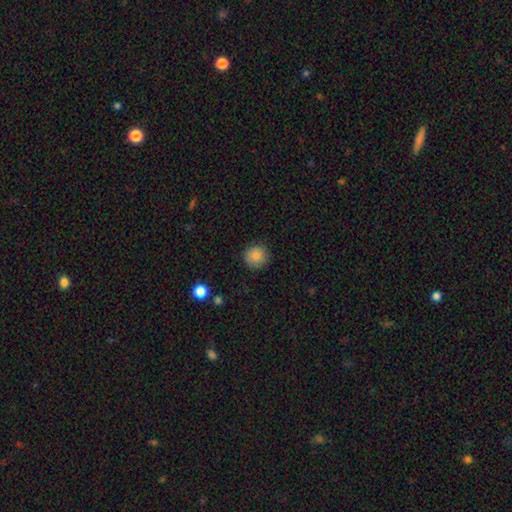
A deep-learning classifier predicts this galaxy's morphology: Smooth or featured? Predicted: smooth (p=0.84). How rounded? Predicted: round (p=0.92). Merging? Predicted: none (p=0.88).